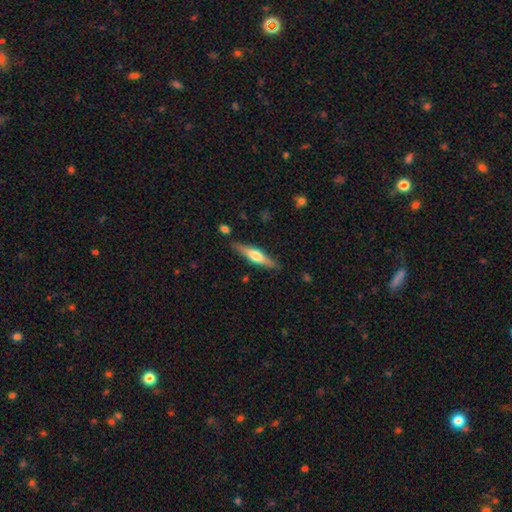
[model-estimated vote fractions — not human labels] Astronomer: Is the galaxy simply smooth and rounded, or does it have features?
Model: featured or disk — 59% (runner-up: smooth, 35%).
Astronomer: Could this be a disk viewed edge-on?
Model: yes — 95%.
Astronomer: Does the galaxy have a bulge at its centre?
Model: rounded — 85%.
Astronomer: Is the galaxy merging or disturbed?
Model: none — 85%.